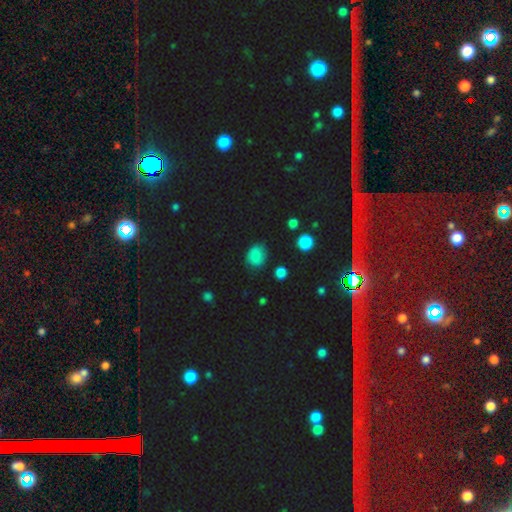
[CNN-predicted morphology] Smooth or featured?
  - smooth: 80% *
  - star or artifact: 12%
  - featured or disk: 7%
How rounded?
  - round: 52% *
  - in between: 47%
  - cigar-shaped: 1%
Merging?
  - none: 70% *
  - minor disturbance: 23%
  - major disturbance: 6%
  - merger: 2%